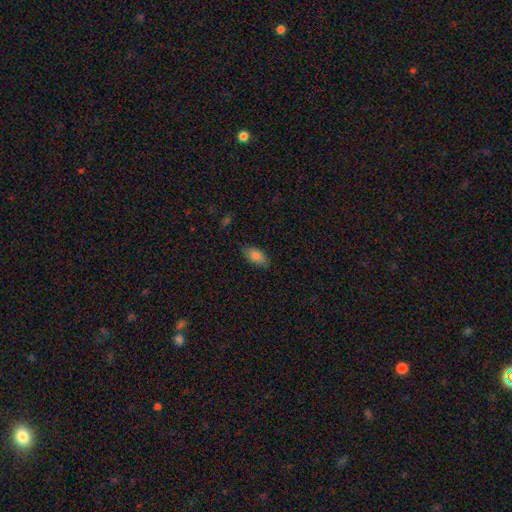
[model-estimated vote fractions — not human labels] Smooth or featured?
  - smooth: 84% *
  - featured or disk: 9%
  - star or artifact: 7%
How rounded?
  - in between: 92% *
  - cigar-shaped: 5%
  - round: 3%
Merging?
  - none: 83% *
  - minor disturbance: 13%
  - major disturbance: 3%
  - merger: 1%